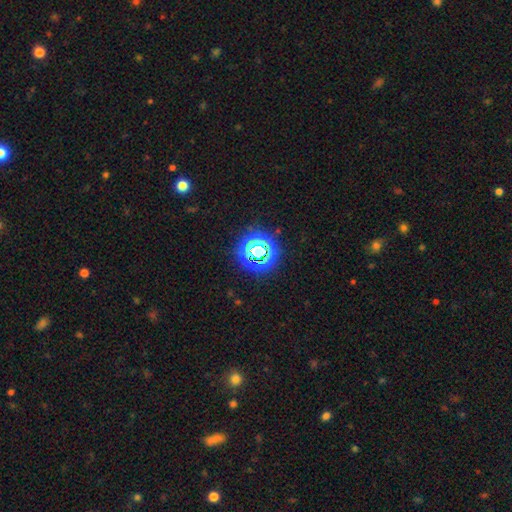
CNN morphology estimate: This appears to be a star or artifact, not a galaxy (68%).